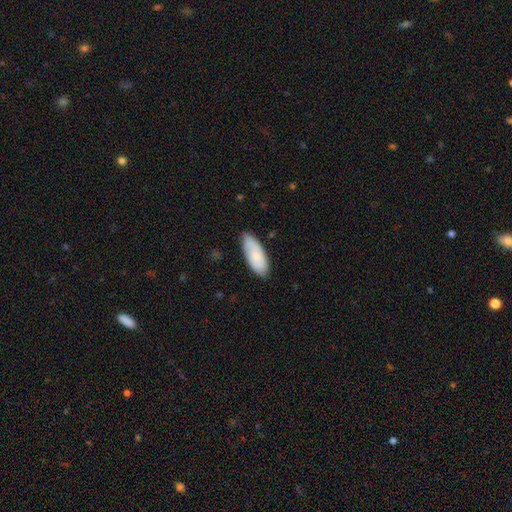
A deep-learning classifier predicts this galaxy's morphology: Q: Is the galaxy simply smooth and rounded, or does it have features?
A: smooth — 77%.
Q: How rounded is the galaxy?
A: in between — 79%.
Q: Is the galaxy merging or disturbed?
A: none — 80%.